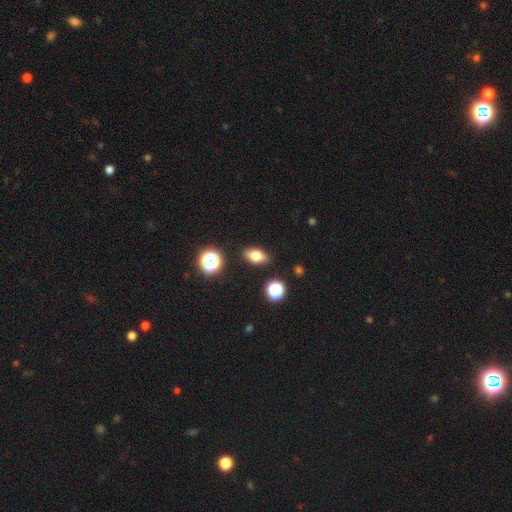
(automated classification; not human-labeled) A smooth galaxy with no disk features (74%) that is in between round and cigar-shaped (81%).

Vote fractions:
- Smooth or featured? smooth: 74% / featured or disk: 14% / star or artifact: 12%
- How rounded? in between: 81% / round: 13% / cigar-shaped: 6%
- Merging? none: 88% / minor disturbance: 8% / major disturbance: 2% / merger: 2%